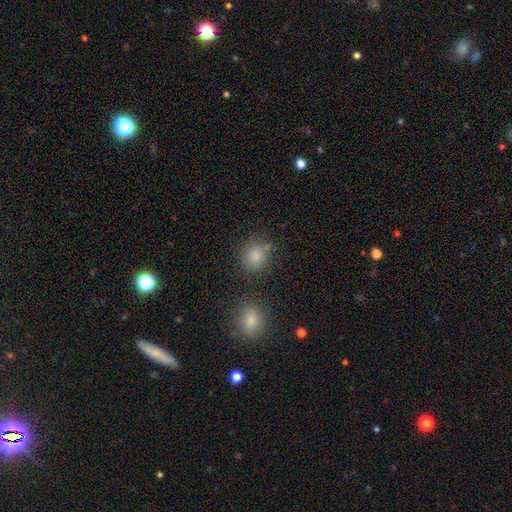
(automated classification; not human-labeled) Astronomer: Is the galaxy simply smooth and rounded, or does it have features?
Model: smooth — 84%.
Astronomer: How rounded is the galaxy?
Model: round — 72%.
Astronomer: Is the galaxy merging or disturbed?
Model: none — 72%.